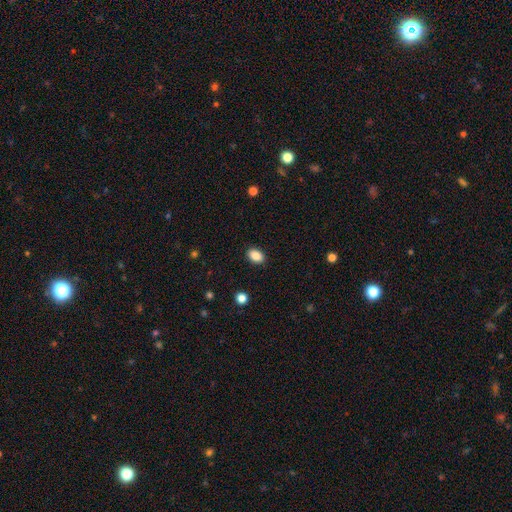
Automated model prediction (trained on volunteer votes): Smooth or featured? Predicted: smooth (p=0.87). How rounded? Predicted: in between (p=0.81). Merging? Predicted: none (p=0.90).